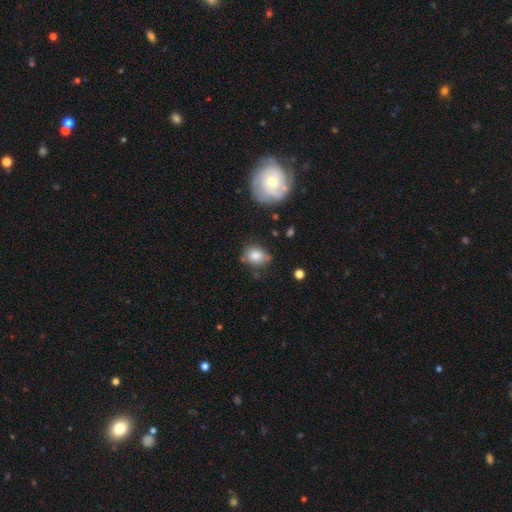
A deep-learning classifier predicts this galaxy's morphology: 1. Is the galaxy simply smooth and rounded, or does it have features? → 80% smooth, 11% featured or disk, 9% star or artifact.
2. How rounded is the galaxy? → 55% in between, 44% round, 1% cigar-shaped.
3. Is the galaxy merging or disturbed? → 63% none, 26% minor disturbance, 7% major disturbance, 4% merger.